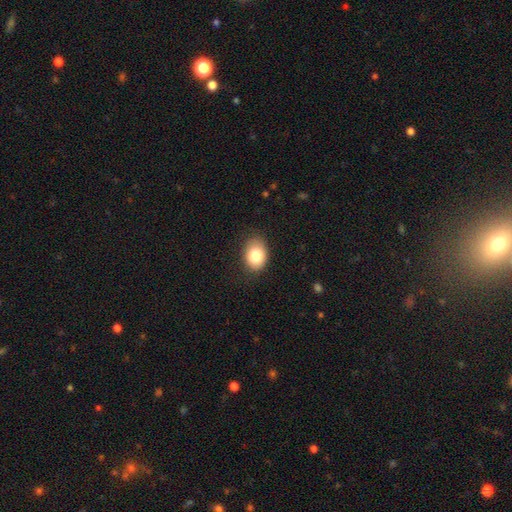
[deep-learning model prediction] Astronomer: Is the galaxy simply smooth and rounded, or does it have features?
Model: smooth — 83%.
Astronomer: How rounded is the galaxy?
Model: in between — 73%.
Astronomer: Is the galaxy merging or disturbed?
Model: none — 78%.